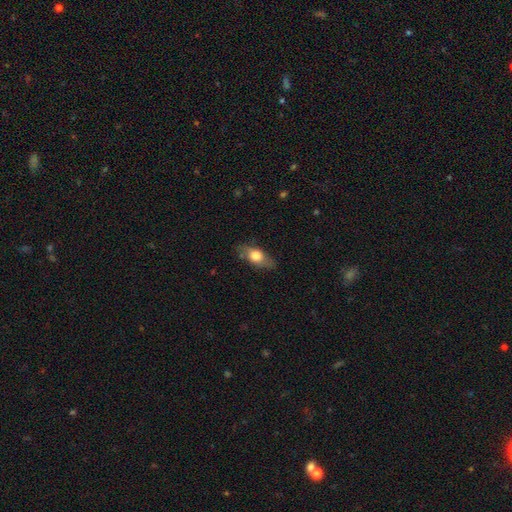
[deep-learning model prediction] The model was most divided on "smooth or featured": smooth: 66%, featured or disk: 27%, star or artifact: 7%. More confident: merging — none (78%); how rounded — in between (76%).